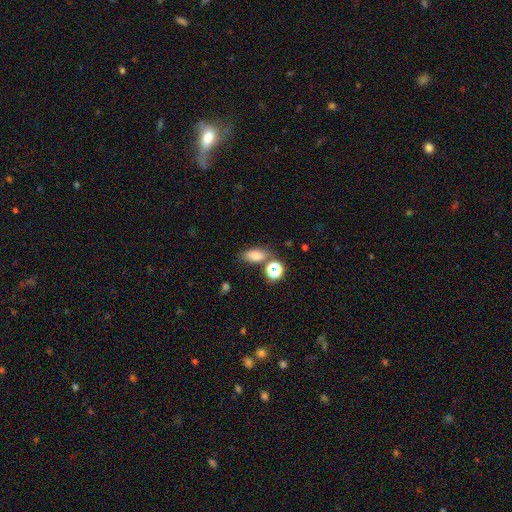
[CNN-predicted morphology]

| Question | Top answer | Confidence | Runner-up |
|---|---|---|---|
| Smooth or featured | smooth | 75% | star or artifact (16%) |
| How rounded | in between | 81% | round (14%) |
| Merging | none | 68% | minor disturbance (15%) |